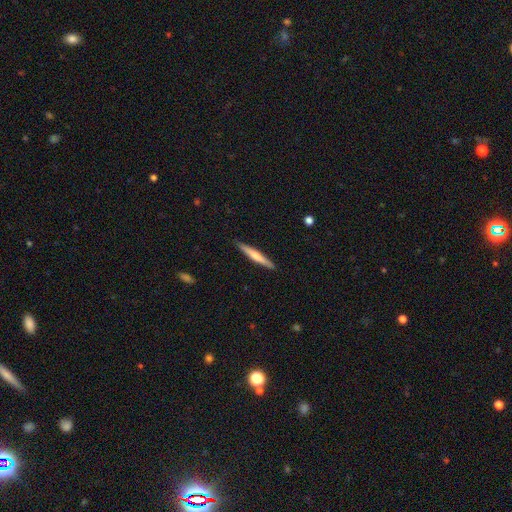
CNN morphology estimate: smooth-or-featured: smooth: 51% | featured or disk: 44% | star or artifact: 5%
  how-rounded: cigar-shaped: 95% | in between: 4% | round: 1%
  merging: none: 91% | minor disturbance: 7% | major disturbance: 1% | merger: 1%